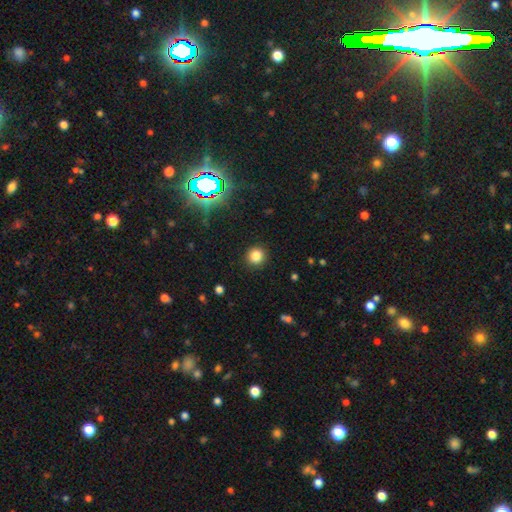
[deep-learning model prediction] smooth-or-featured: smooth: 82% | star or artifact: 14% | featured or disk: 4%
  how-rounded: round: 91% | in between: 8% | cigar-shaped: 1%
  merging: none: 91% | minor disturbance: 5% | major disturbance: 2% | merger: 1%